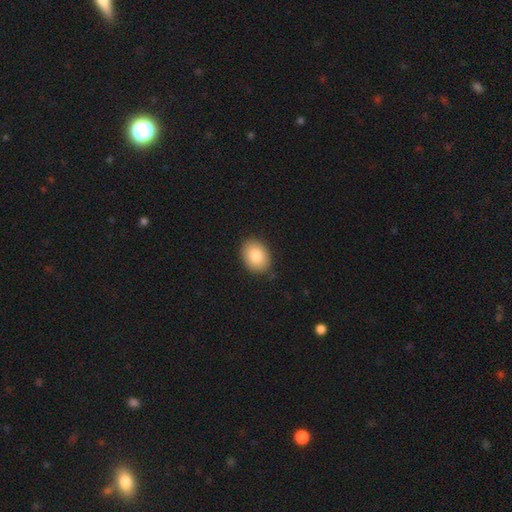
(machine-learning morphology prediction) This is clearly a smooth galaxy (84%). How rounded: likely in between (68%). Merging: clearly none (87%).